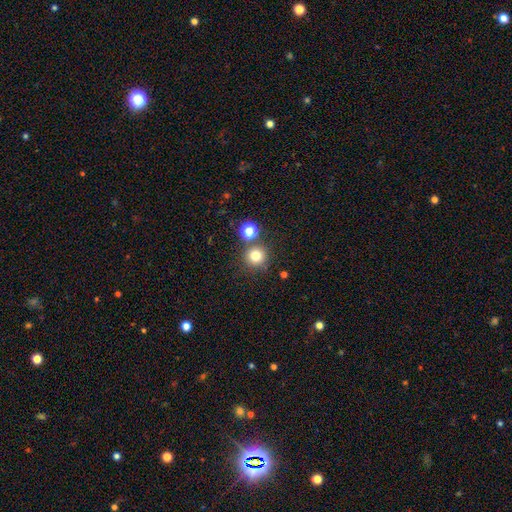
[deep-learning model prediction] smooth 79%, star or artifact 15%, featured or disk 6%. Down the decision tree: how rounded — round (93%); merging — none (77%).